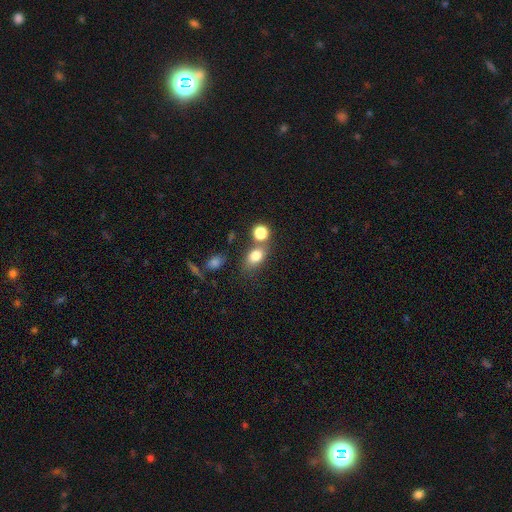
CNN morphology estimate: A smooth galaxy with no disk features (78%) that is in between round and cigar-shaped (70%). Merging: none (55%).